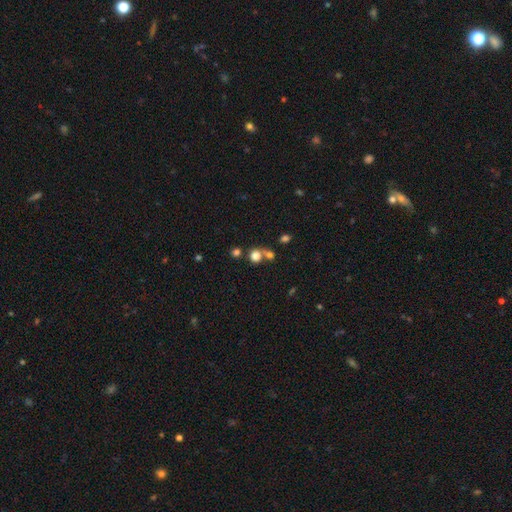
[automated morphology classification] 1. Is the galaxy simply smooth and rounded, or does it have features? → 77% smooth, 15% star or artifact, 8% featured or disk.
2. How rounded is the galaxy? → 83% round, 16% in between, 1% cigar-shaped.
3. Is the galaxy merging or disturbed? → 54% none, 33% merger, 8% minor disturbance, 5% major disturbance.